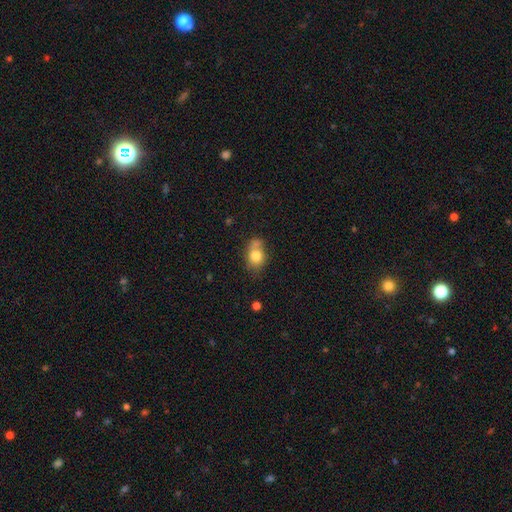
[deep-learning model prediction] Smooth or featured? Predicted: smooth (p=0.77). How rounded? Predicted: in between (p=0.62). Merging? Predicted: none (p=0.48).